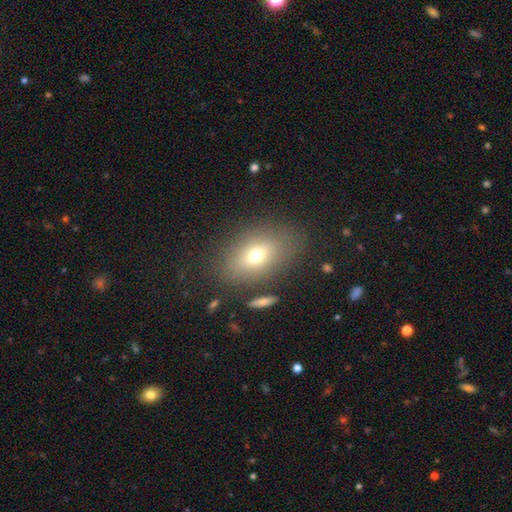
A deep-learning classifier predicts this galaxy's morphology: This appears to be a smooth galaxy with no disk features (66%) that is in between round and cigar-shaped (79%). Merging: none (77%).